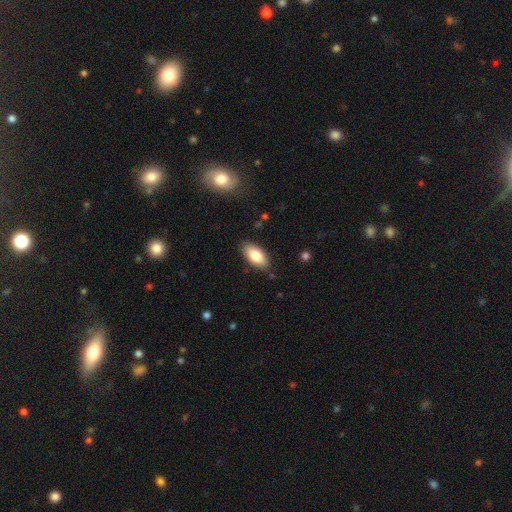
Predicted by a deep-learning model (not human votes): Q: Smooth or featured?
A: smooth (82%); runner-up: featured or disk (12%)
Q: How rounded?
A: in between (91%); runner-up: cigar-shaped (7%)
Q: Merging?
A: none (85%); runner-up: minor disturbance (11%)